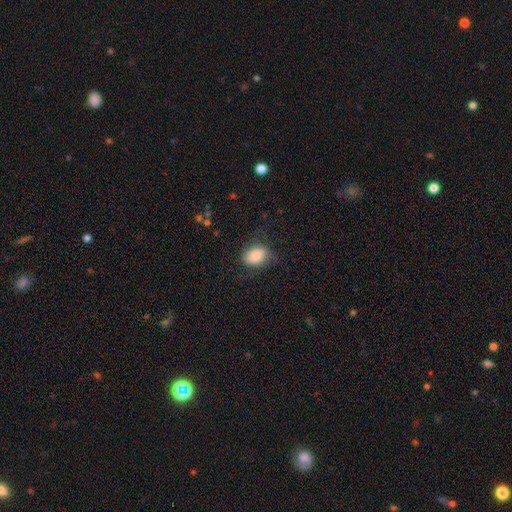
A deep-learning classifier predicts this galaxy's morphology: Q: Smooth or featured?
A: smooth (80%); runner-up: featured or disk (13%)
Q: How rounded?
A: in between (83%); runner-up: round (16%)
Q: Merging?
A: none (64%); runner-up: minor disturbance (23%)